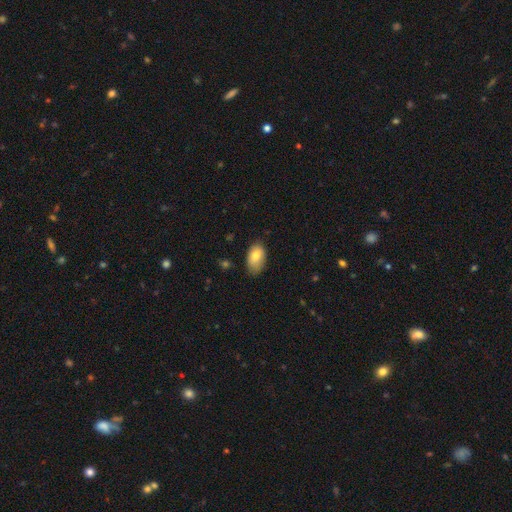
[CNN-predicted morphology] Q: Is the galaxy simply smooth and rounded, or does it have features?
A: smooth — 79%.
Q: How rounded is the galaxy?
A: in between — 92%.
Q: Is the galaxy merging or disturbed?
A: none — 70%.